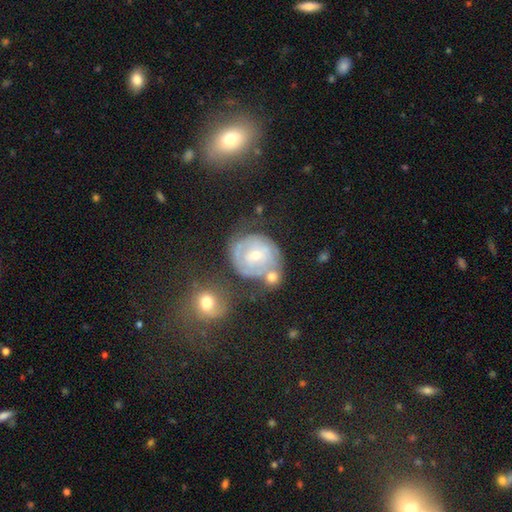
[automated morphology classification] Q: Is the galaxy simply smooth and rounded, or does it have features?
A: featured or disk — 73%.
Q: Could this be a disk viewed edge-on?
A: no — 97%.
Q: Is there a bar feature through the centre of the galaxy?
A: no — 58%.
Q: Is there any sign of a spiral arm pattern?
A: yes — 80%.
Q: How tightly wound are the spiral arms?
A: tight — 69%.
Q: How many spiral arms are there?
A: can't tell — 43%.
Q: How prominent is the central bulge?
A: small — 51%.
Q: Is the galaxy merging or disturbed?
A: none — 47%.